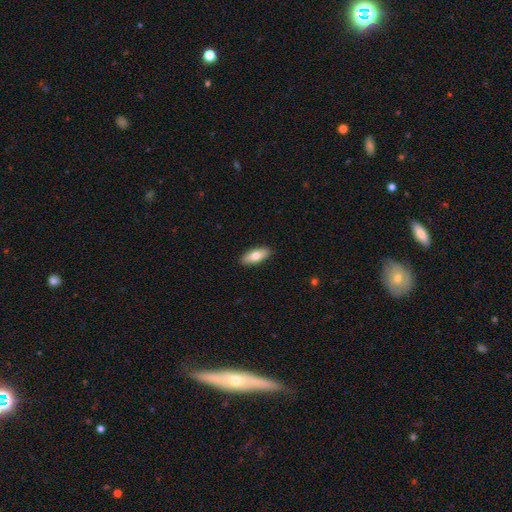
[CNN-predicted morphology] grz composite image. It shows a smooth galaxy with no disk features (75%) that is in between round and cigar-shaped (76%). Merging: none (91%).